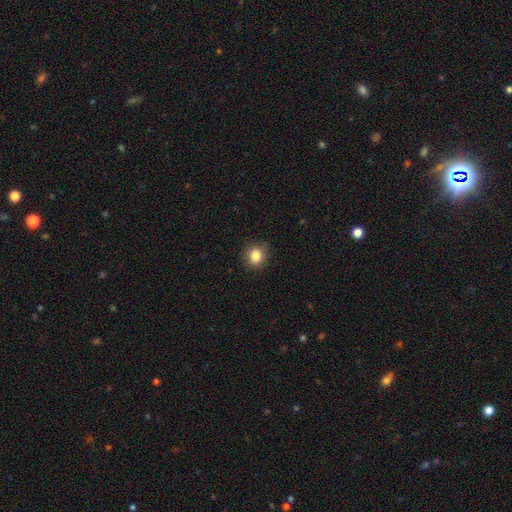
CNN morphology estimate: Q: Smooth or featured?
A: smooth (85%); runner-up: star or artifact (10%)
Q: How rounded?
A: round (80%); runner-up: in between (19%)
Q: Merging?
A: none (88%); runner-up: minor disturbance (9%)